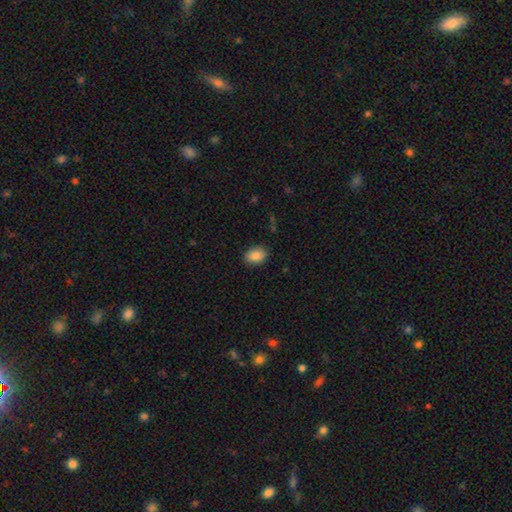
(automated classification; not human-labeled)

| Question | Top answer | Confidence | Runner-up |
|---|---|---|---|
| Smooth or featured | smooth | 86% | star or artifact (8%) |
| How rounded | in between | 75% | round (24%) |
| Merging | none | 87% | minor disturbance (10%) |